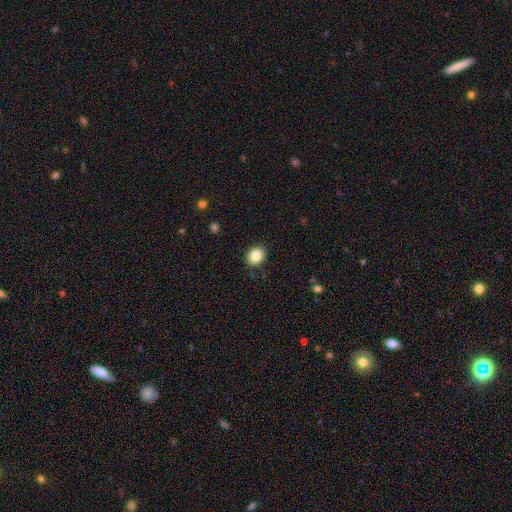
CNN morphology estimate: A smooth galaxy with no disk features (84%) that is round (65%). Merging: none (90%).